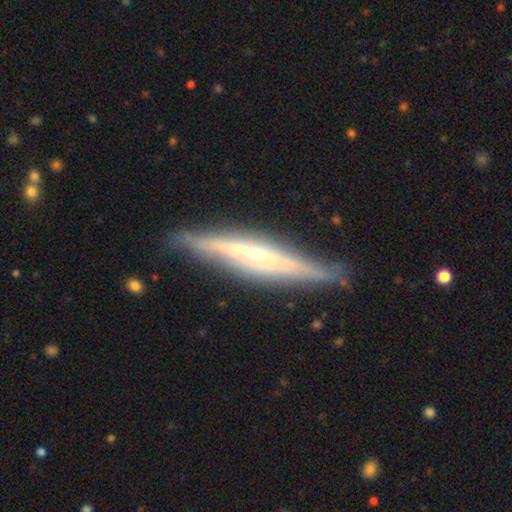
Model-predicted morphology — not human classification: Overall: featured or disk (74%). Edge-on disk: yes (95%). Edge-on bulge: rounded (44%; none 39%). Merging: none (84%).